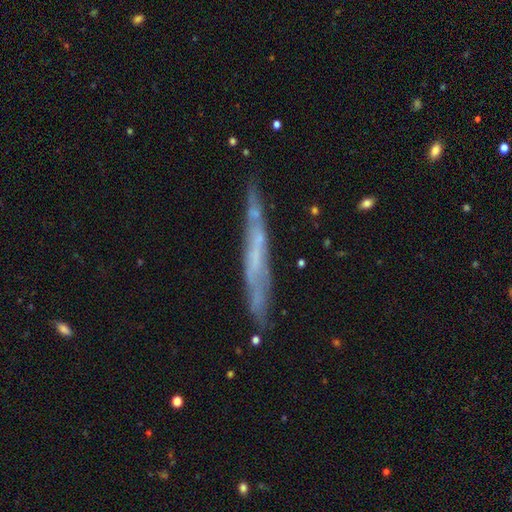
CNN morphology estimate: Q: Smooth or featured?
A: featured or disk (61%); runner-up: smooth (30%)
Q: Edge-on disk?
A: yes (83%); runner-up: no (17%)
Q: Edge-on bulge?
A: none (87%); runner-up: rounded (8%)
Q: Merging?
A: none (75%); runner-up: minor disturbance (18%)